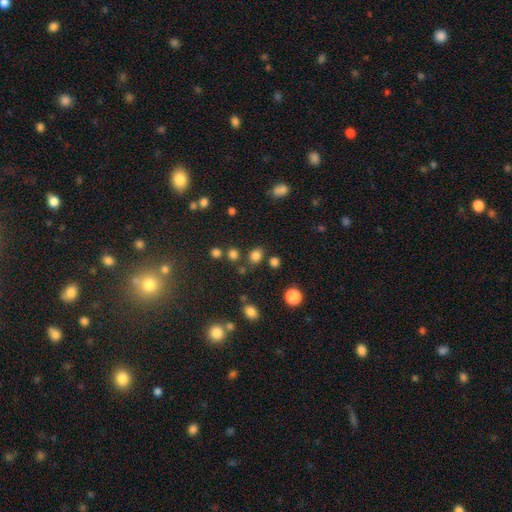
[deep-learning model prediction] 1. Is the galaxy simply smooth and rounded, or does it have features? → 78% smooth, 18% star or artifact, 5% featured or disk.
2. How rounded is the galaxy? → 59% round, 40% in between, 1% cigar-shaped.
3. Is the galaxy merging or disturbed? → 77% none, 10% minor disturbance, 8% merger, 4% major disturbance.